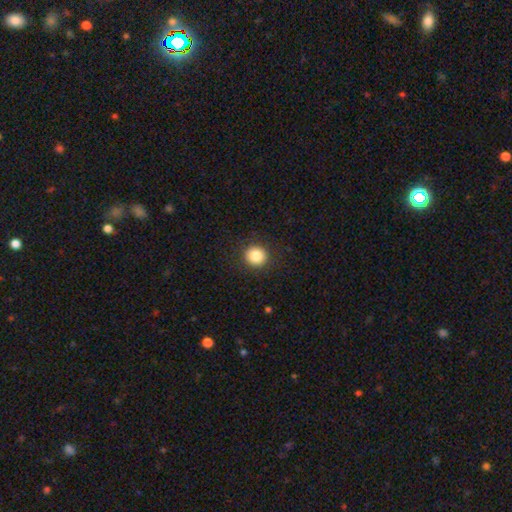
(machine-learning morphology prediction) This appears to be a smooth galaxy with no disk features (85%) that is round (92%). Merging: none (91%).